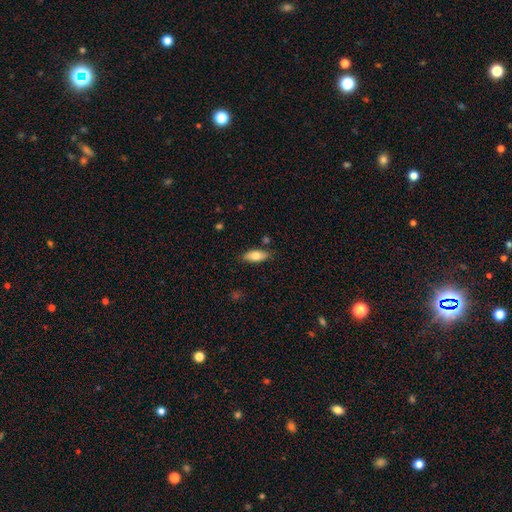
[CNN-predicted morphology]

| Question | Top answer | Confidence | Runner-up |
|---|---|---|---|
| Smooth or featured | smooth | 75% | featured or disk (18%) |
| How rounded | in between | 80% | cigar-shaped (17%) |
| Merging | none | 81% | minor disturbance (13%) |